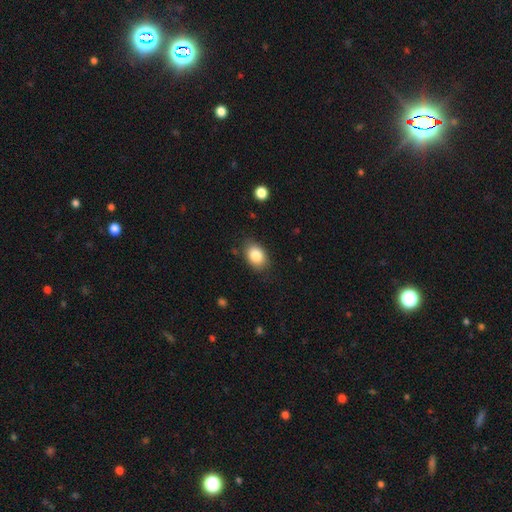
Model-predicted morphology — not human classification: A smooth galaxy with no disk features (85%) that is in between round and cigar-shaped (79%).

Vote fractions:
- Smooth or featured? smooth: 85% / star or artifact: 8% / featured or disk: 7%
- How rounded? in between: 79% / round: 20% / cigar-shaped: 1%
- Merging? none: 83% / minor disturbance: 13% / major disturbance: 3% / merger: 1%